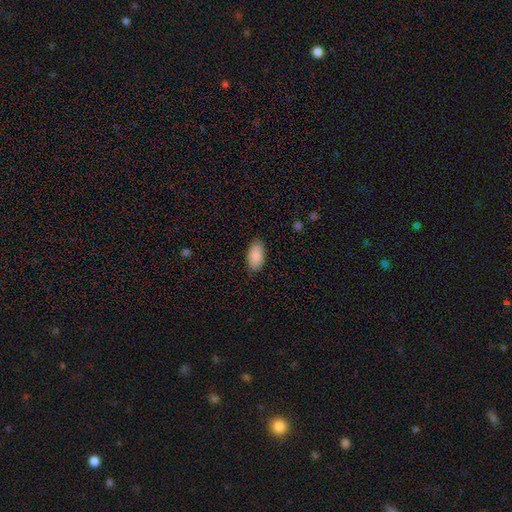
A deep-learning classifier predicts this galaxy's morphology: Smooth or featured?
  - smooth: 89% *
  - star or artifact: 6%
  - featured or disk: 5%
How rounded?
  - in between: 95% *
  - round: 3%
  - cigar-shaped: 2%
Merging?
  - none: 87% *
  - minor disturbance: 10%
  - major disturbance: 2%
  - merger: 1%